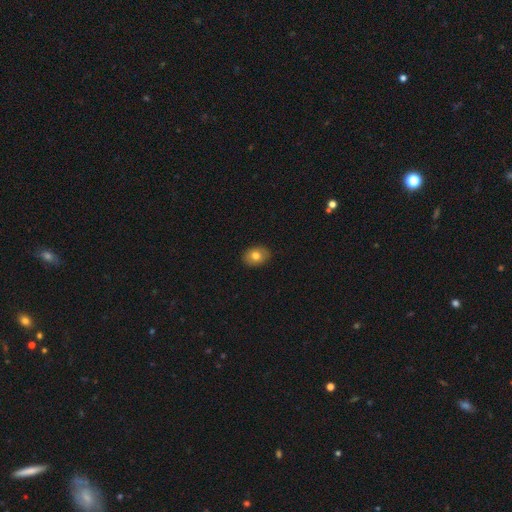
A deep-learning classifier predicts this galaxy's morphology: The model was most divided on "how rounded": in between: 68%, round: 31%, cigar-shaped: 1%. More confident: merging — none (89%); smooth or featured — smooth (78%).